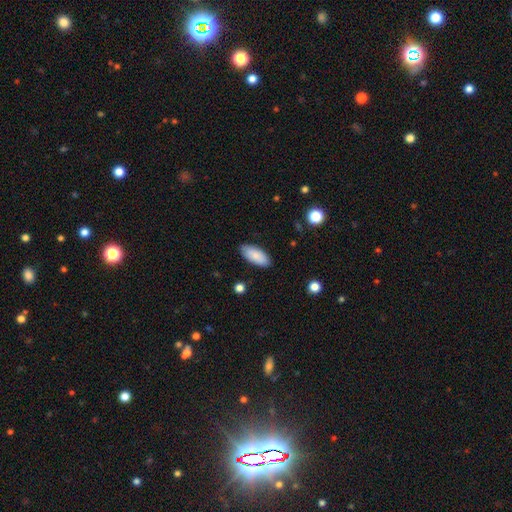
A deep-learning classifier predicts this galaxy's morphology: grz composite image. It shows a smooth galaxy with no disk features (85%) that is in between round and cigar-shaped (88%). Merging: none (86%).